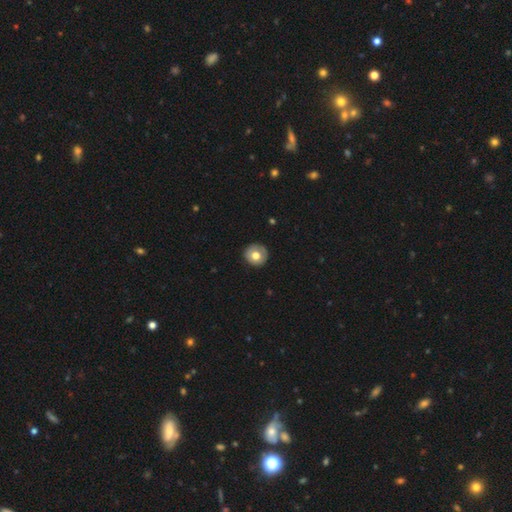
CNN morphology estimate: A smooth galaxy with no disk features (68%) that is round (92%).

Vote fractions:
- Smooth or featured? smooth: 68% / featured or disk: 24% / star or artifact: 8%
- How rounded? round: 92% / in between: 7% / cigar-shaped: 1%
- Merging? none: 88% / minor disturbance: 9% / major disturbance: 2% / merger: 1%